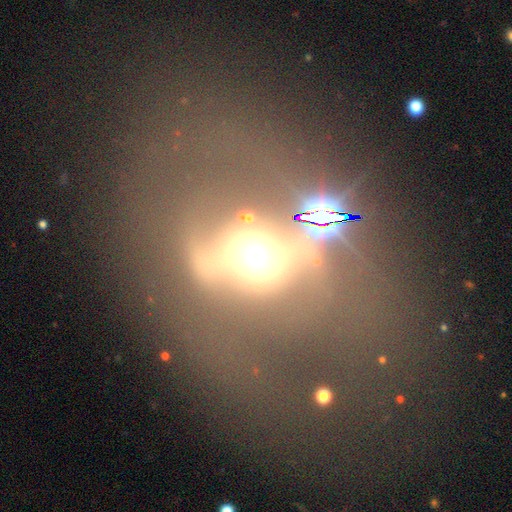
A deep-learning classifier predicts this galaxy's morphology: The model was most divided on "merging": none: 49%, major disturbance: 25%, minor disturbance: 14%, merger: 12%. More confident: edge-on disk — no (80%); smooth or featured — featured or disk (60%).